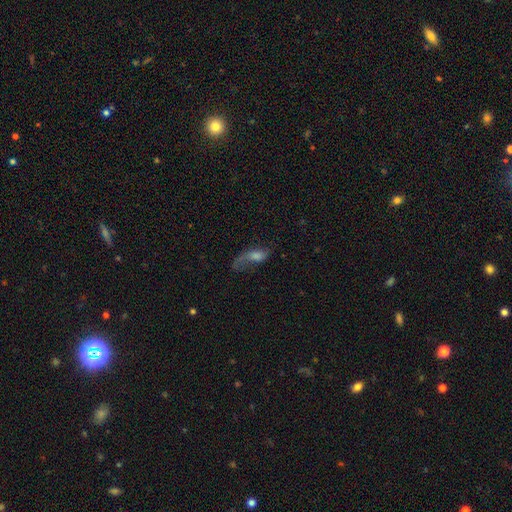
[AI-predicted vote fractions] A featured or disk galaxy (50%). Merging: major disturbance (40%).